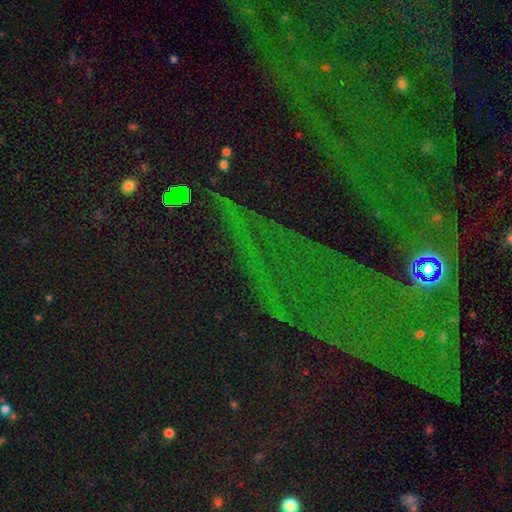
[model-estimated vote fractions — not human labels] A star or artifact, not a galaxy (81%).

Vote fractions:
- Smooth or featured? star or artifact: 81% / smooth: 9% / featured or disk: 9%